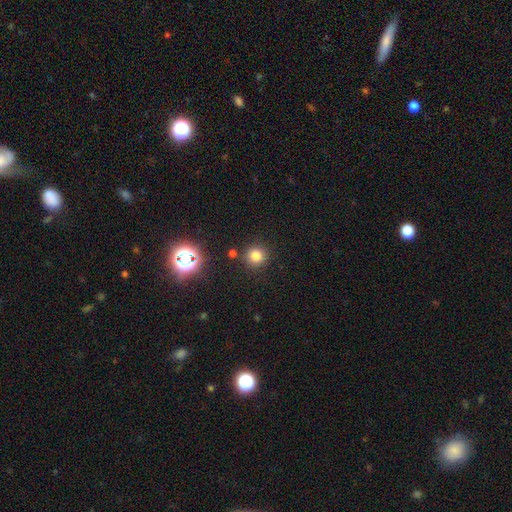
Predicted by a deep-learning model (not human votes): Morphology: type=smooth (78%); roundness=round (93%); merging=none (85%).